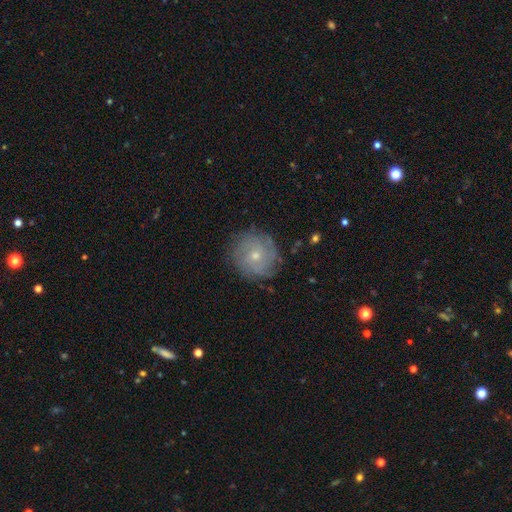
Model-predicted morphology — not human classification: Smooth or featured: featured or disk — 57% (smooth — 33%)
Edge-on disk: no — 97% (yes — 3%)
Bar: no — 83% (weak — 14%)
Spiral arms: yes — 80% (no — 20%)
Bulge size: small — 59% (moderate — 37%)
Merging: none — 81% (minor disturbance — 13%)